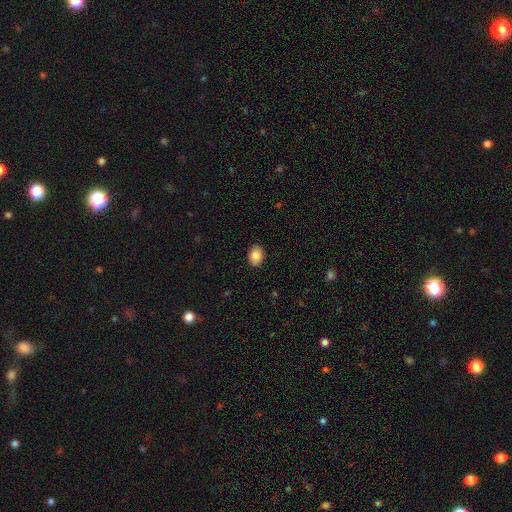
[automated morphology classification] smooth 87%, star or artifact 8%, featured or disk 5%. Down the decision tree: how rounded — in between (75%); merging — none (89%).